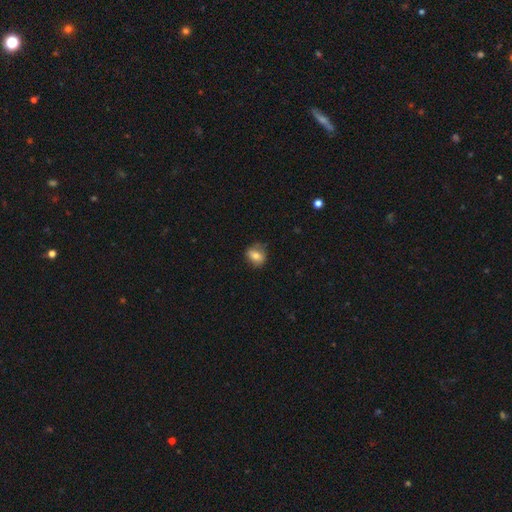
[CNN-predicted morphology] A smooth galaxy with no disk features (70%) that is round (58%).

Vote fractions:
- Smooth or featured? smooth: 70% / featured or disk: 21% / star or artifact: 9%
- How rounded? round: 58% / in between: 41% / cigar-shaped: 2%
- Merging? none: 74% / minor disturbance: 20% / major disturbance: 5% / merger: 1%